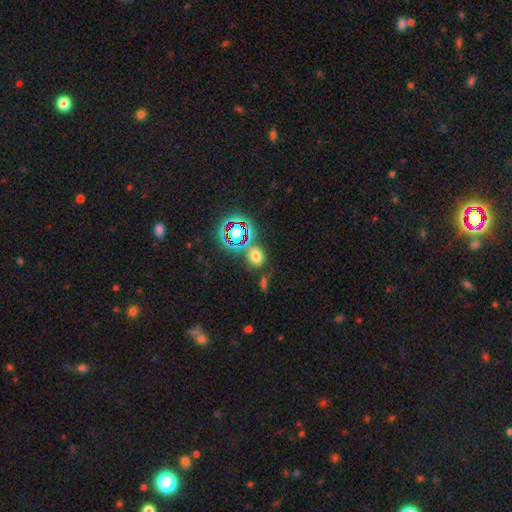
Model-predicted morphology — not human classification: Smooth or featured?
  - smooth: 64% *
  - star or artifact: 27%
  - featured or disk: 9%
How rounded?
  - in between: 57% *
  - round: 42%
  - cigar-shaped: 2%
Merging?
  - none: 69% *
  - minor disturbance: 14%
  - merger: 12%
  - major disturbance: 6%